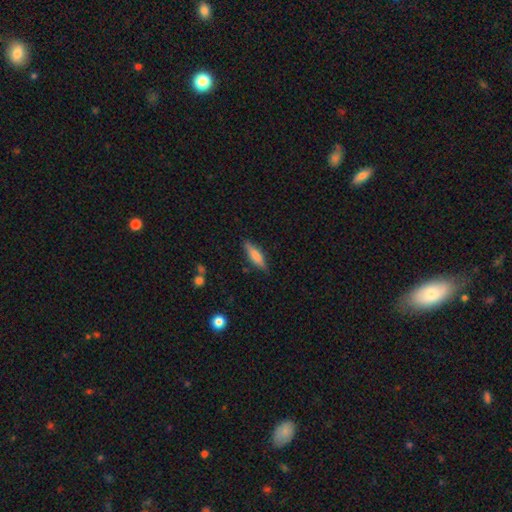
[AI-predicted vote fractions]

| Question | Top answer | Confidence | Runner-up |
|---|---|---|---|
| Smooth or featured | smooth | 65% | featured or disk (28%) |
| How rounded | cigar-shaped | 67% | in between (31%) |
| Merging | none | 83% | minor disturbance (13%) |